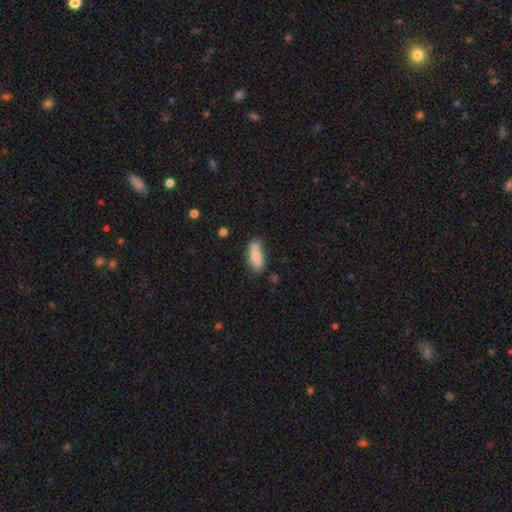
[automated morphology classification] Smooth or featured? Predicted: smooth (p=0.81). How rounded? Predicted: in between (p=0.74). Merging? Predicted: none (p=0.67).